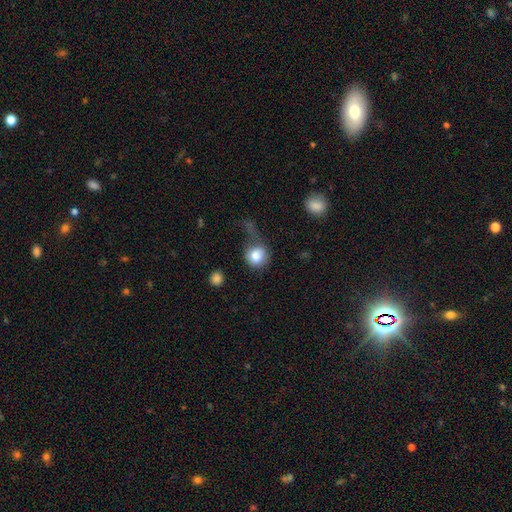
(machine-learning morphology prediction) Overall: smooth (83%). How rounded: round (84%). Merging: none (42%; major disturbance 26%).